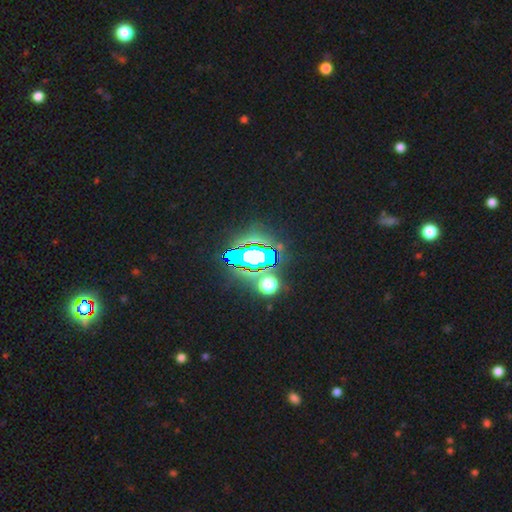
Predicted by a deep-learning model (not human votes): Morphology: type=star or artifact (82%).